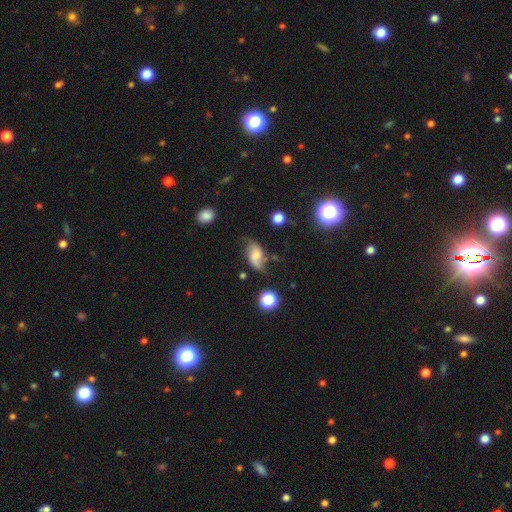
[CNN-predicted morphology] Smooth or featured? featured or disk (51%)
Edge-on disk? no (94%)
Merging? none (50%)